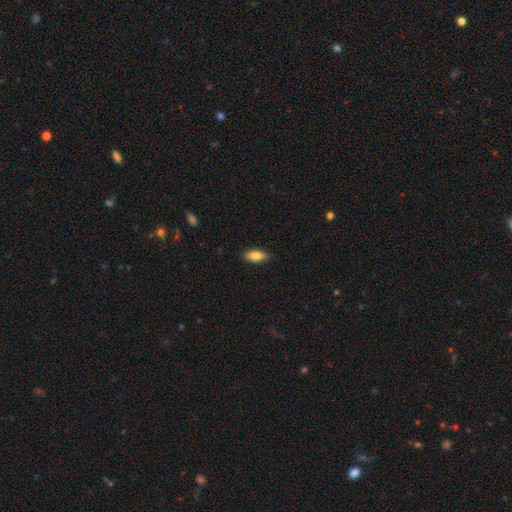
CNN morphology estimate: smooth 81%, featured or disk 12%, star or artifact 7%. Down the decision tree: how rounded — in between (84%); merging — none (85%).